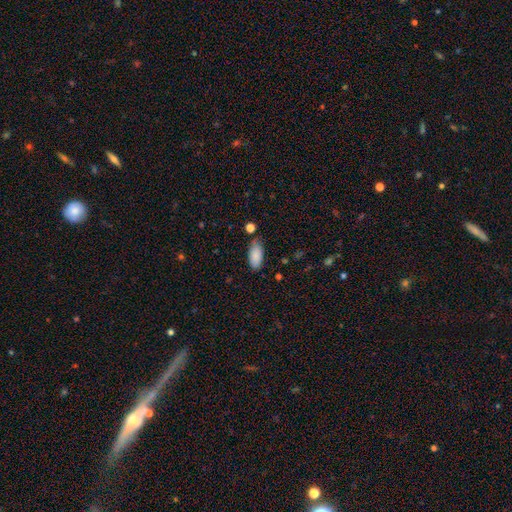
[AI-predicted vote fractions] Smooth or featured? smooth (88%)
How rounded? in between (90%)
Merging? none (74%)